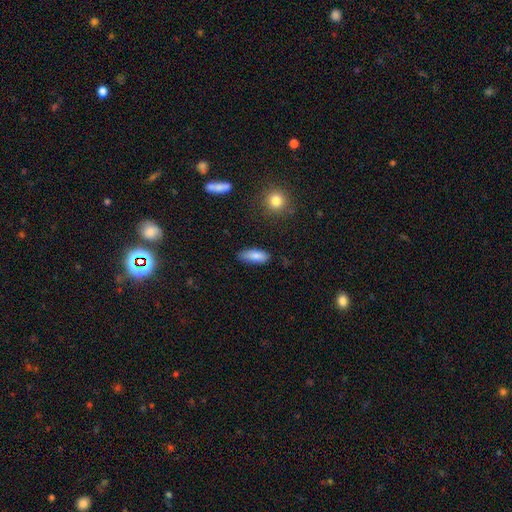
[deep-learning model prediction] The model was most divided on "how rounded": in between: 76%, cigar-shaped: 22%, round: 2%. More confident: smooth or featured — smooth (84%); merging — none (75%).